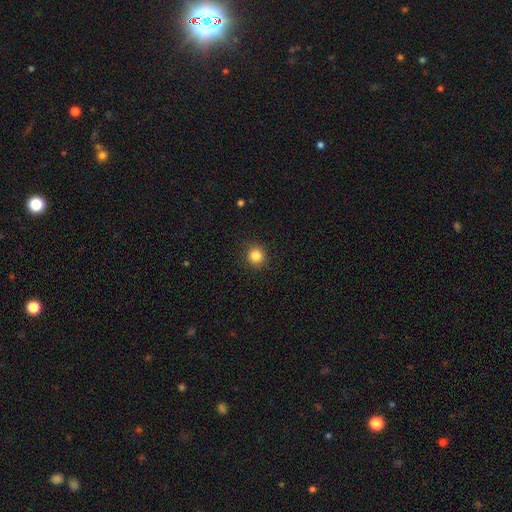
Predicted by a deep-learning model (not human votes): This is clearly a smooth galaxy (85%). How rounded: clearly round (92%). Merging: clearly none (90%).